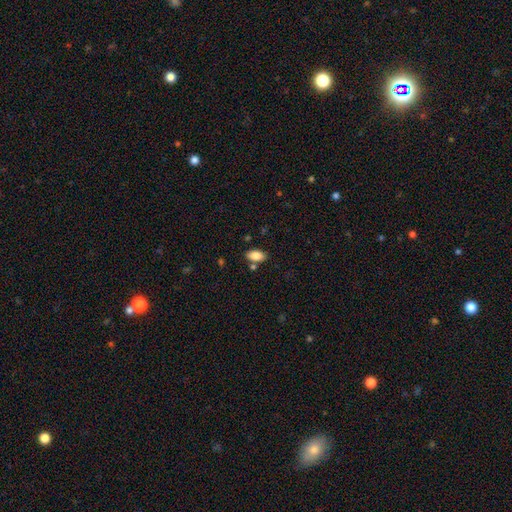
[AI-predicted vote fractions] Overall: smooth (85%). How rounded: in between (92%). Merging: none (78%).